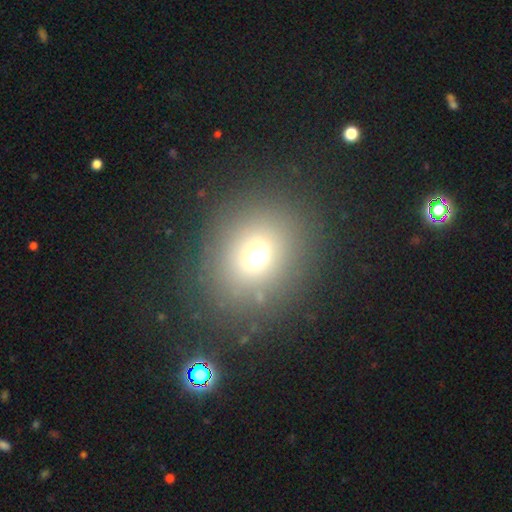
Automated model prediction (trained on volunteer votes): Smooth or featured?
  - smooth: 66% *
  - star or artifact: 22%
  - featured or disk: 13%
How rounded?
  - round: 72% *
  - in between: 27%
  - cigar-shaped: 1%
Merging?
  - none: 83% *
  - minor disturbance: 9%
  - major disturbance: 6%
  - merger: 2%